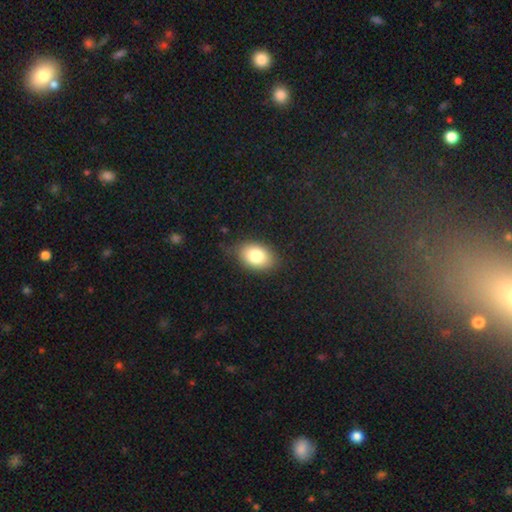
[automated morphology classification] The model was most divided on "merging": none: 81%, minor disturbance: 15%, major disturbance: 3%, merger: 1%. More confident: how rounded — in between (85%); smooth or featured — smooth (82%).